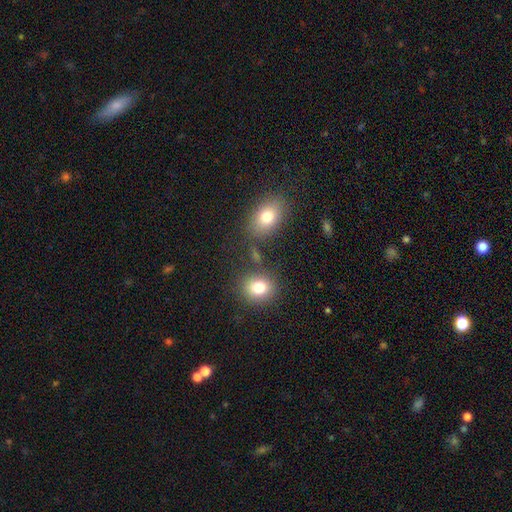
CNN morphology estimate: The model was most divided on "how rounded": in between: 51%, round: 48%, cigar-shaped: 2%. More confident: smooth or featured — smooth (76%); merging — none (76%).